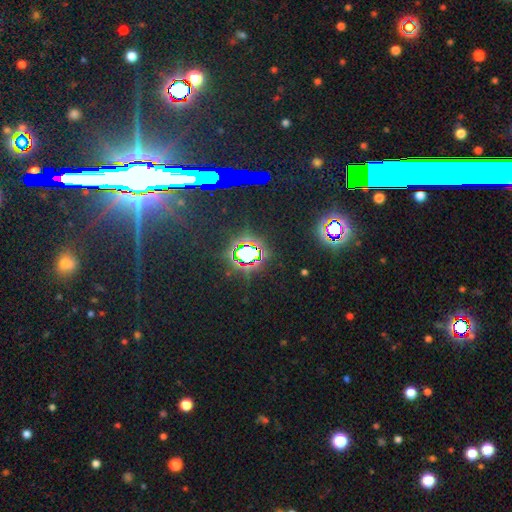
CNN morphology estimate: Smooth or featured: star or artifact — 75% (smooth — 16%)